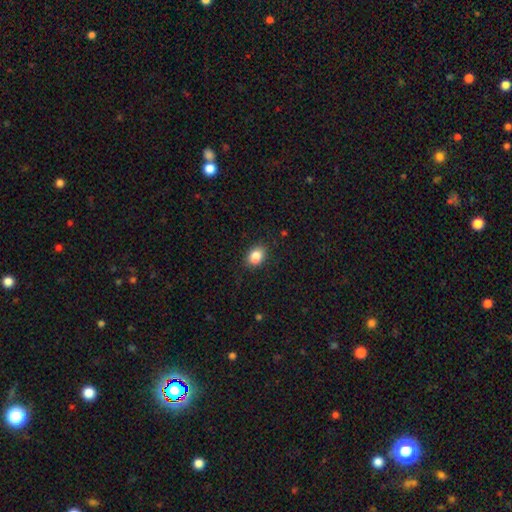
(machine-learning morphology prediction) type=smooth (86%); roundness=in between (74%); merging=none (85%).